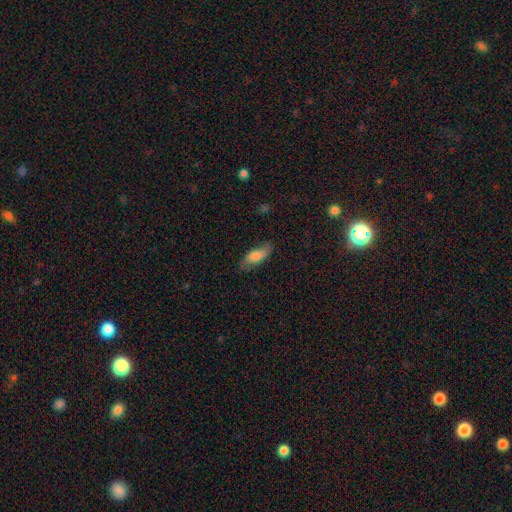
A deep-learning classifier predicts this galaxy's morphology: smooth-or-featured: smooth: 79% | featured or disk: 15% | star or artifact: 6%
  how-rounded: in between: 74% | cigar-shaped: 24% | round: 2%
  merging: none: 75% | minor disturbance: 19% | major disturbance: 4% | merger: 1%